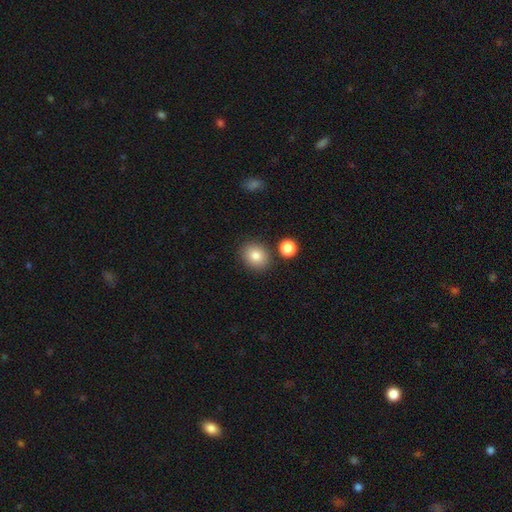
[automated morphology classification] A smooth galaxy with no disk features (83%) that is round (62%). Merging: none (83%).